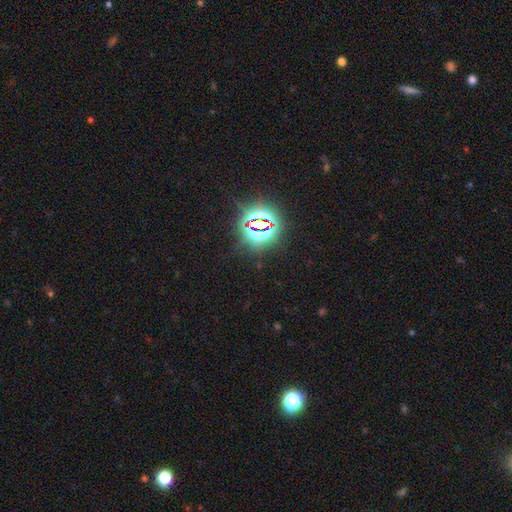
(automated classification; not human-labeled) A star or artifact, not a galaxy (80%).

Vote fractions:
- Smooth or featured? star or artifact: 80% / smooth: 12% / featured or disk: 7%